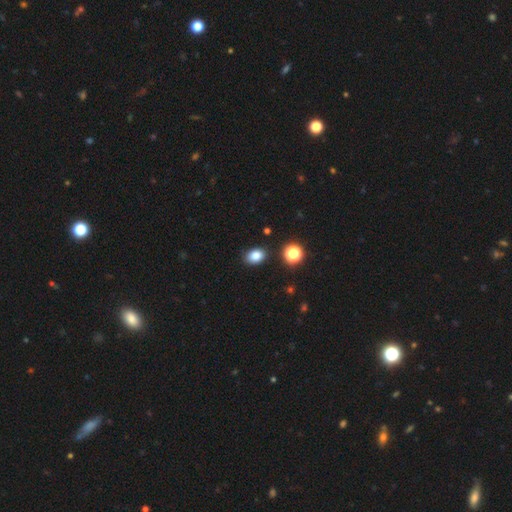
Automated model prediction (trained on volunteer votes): A smooth galaxy with no disk features (83%) that is in between round and cigar-shaped (71%).

Vote fractions:
- Smooth or featured? smooth: 83% / star or artifact: 12% / featured or disk: 5%
- How rounded? in between: 71% / round: 28% / cigar-shaped: 1%
- Merging? none: 85% / minor disturbance: 10% / merger: 3% / major disturbance: 2%